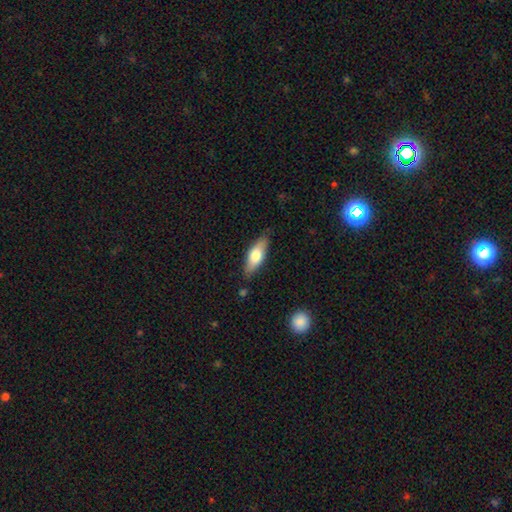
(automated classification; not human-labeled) smooth 67%, featured or disk 28%, star or artifact 6%. Down the decision tree: how rounded — in between (67%); merging — none (81%).